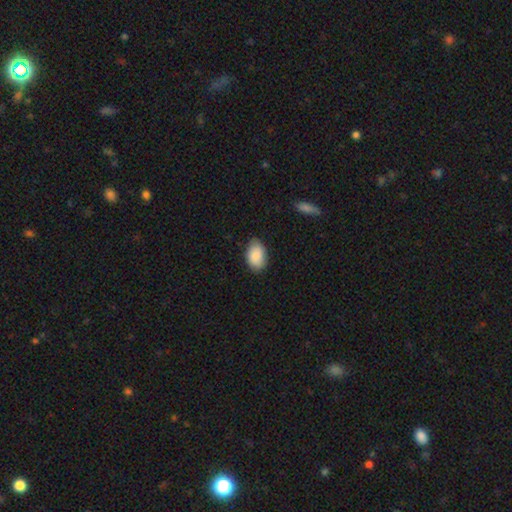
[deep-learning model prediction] The model was most divided on "merging": none: 81%, minor disturbance: 15%, major disturbance: 3%, merger: 1%. More confident: how rounded — in between (91%); smooth or featured — smooth (89%).